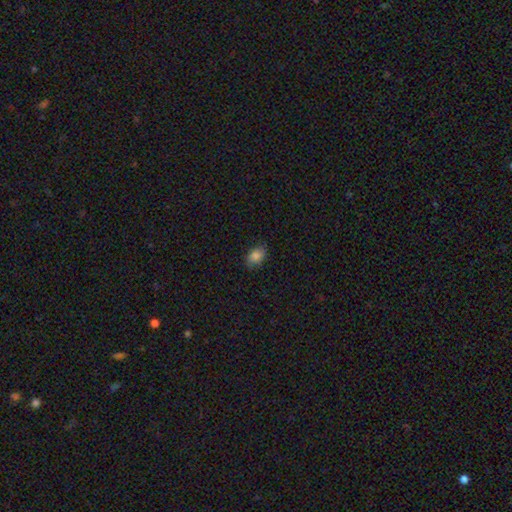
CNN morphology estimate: This appears to be a smooth galaxy with no disk features (84%) that is in between round and cigar-shaped (76%). Merging: none (80%).